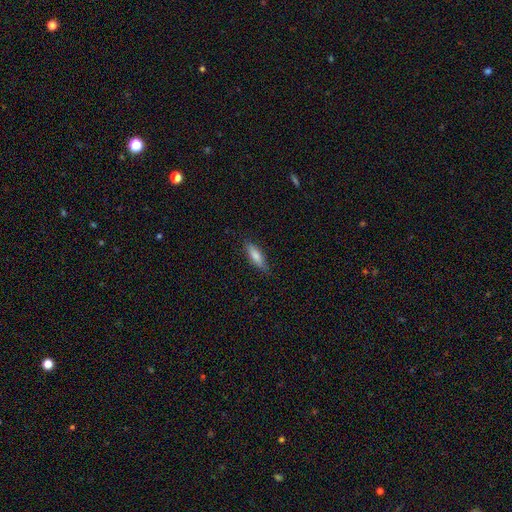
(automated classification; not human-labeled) This is likely a smooth galaxy (78%). How rounded: possibly cigar-shaped (52%). Merging: clearly none (83%).